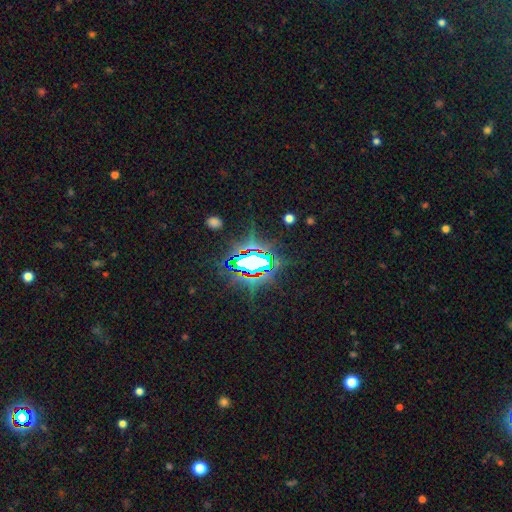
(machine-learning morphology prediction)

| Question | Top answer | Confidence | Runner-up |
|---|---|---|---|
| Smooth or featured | star or artifact | 72% | featured or disk (14%) |